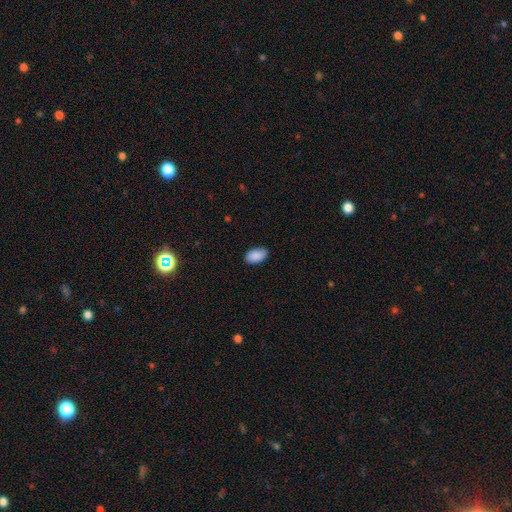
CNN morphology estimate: Smooth or featured? smooth (90%)
How rounded? in between (94%)
Merging? none (85%)